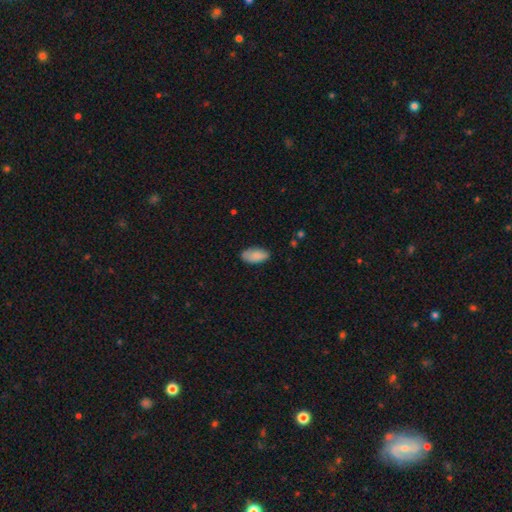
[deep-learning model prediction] The model was most divided on "merging": none: 77%, minor disturbance: 19%, major disturbance: 3%, merger: 1%. More confident: how rounded — in between (94%); smooth or featured — smooth (85%).